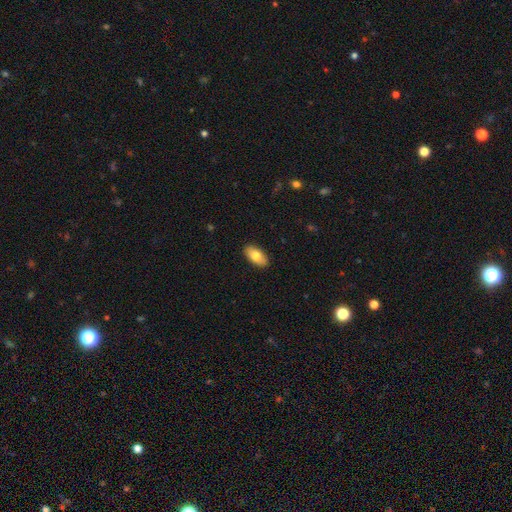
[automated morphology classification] smooth-or-featured: smooth: 77% | featured or disk: 17% | star or artifact: 6%
  how-rounded: in between: 93% | cigar-shaped: 5% | round: 3%
  merging: none: 90% | minor disturbance: 8% | major disturbance: 2% | merger: 1%